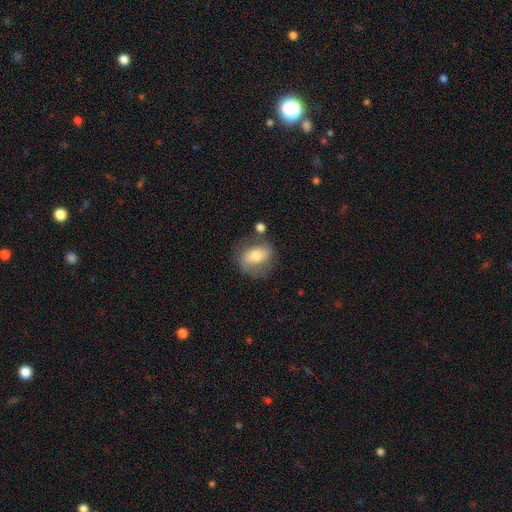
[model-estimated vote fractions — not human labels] A smooth galaxy with no disk features (49%). Merging: none (64%).